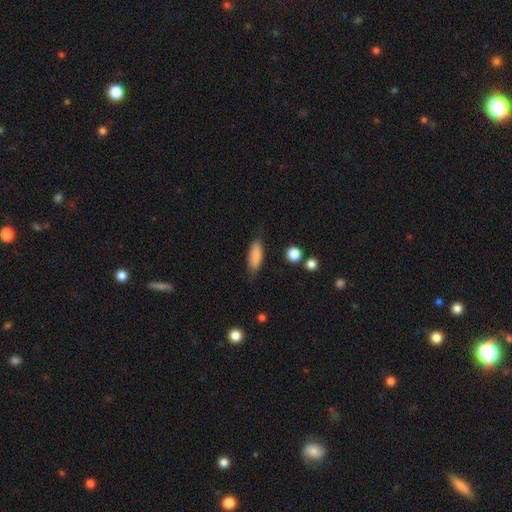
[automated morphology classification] smooth 85%, featured or disk 8%, star or artifact 7%. Down the decision tree: how rounded — in between (64%); merging — none (79%).